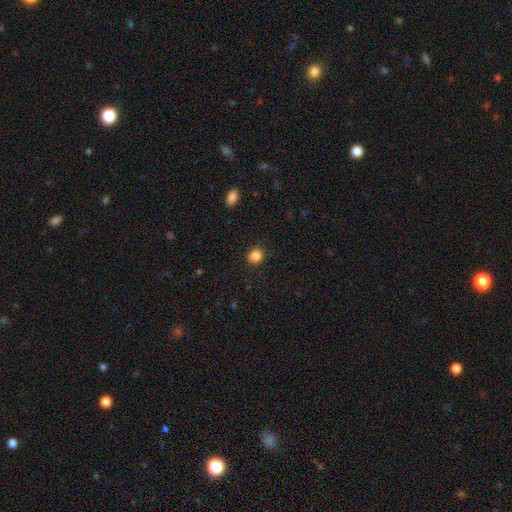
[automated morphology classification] Overall: smooth (86%). How rounded: round (72%). Merging: none (86%).